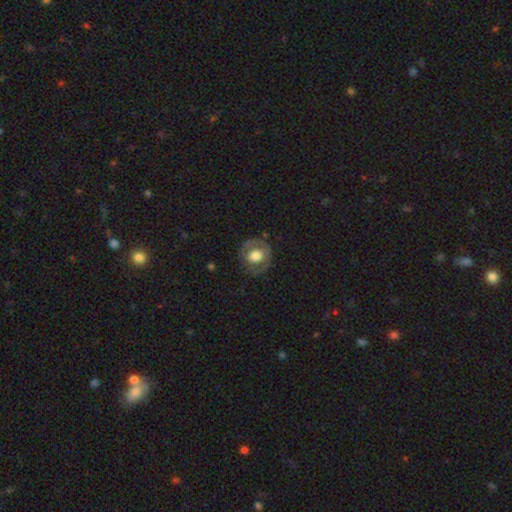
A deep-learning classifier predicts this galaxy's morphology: A smooth galaxy with no disk features (53%) that is round (80%). Merging: none (76%).